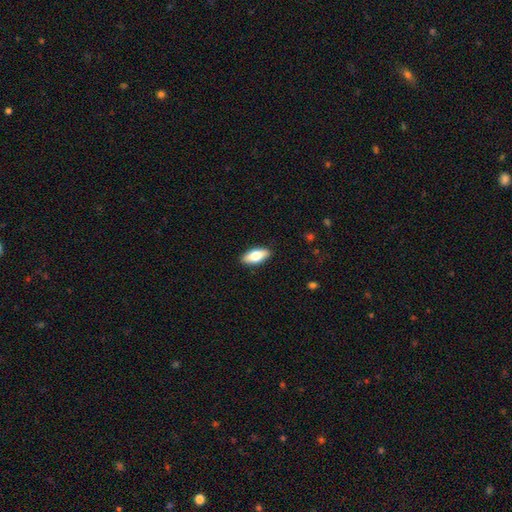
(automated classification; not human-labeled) Smooth or featured? smooth (75%)
How rounded? in between (85%)
Merging? none (89%)